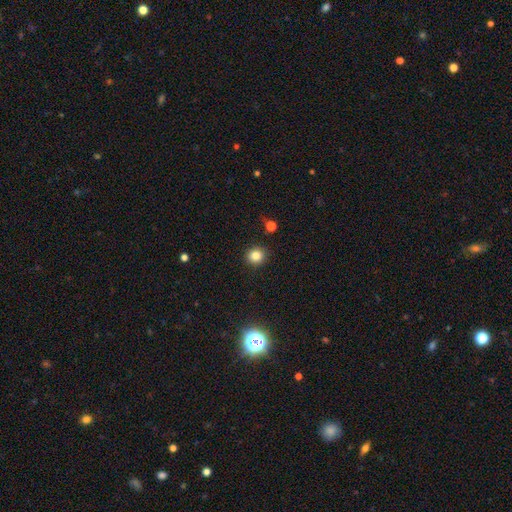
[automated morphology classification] Q: Smooth or featured?
A: smooth (83%); runner-up: star or artifact (12%)
Q: How rounded?
A: round (88%); runner-up: in between (11%)
Q: Merging?
A: none (90%); runner-up: minor disturbance (6%)